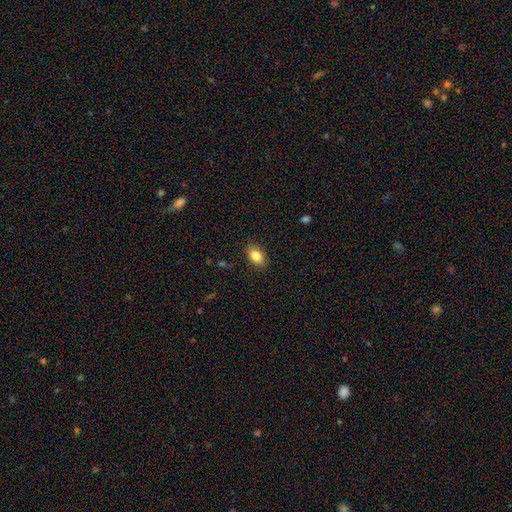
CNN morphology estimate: type=smooth (83%); roundness=in between (88%); merging=none (87%).